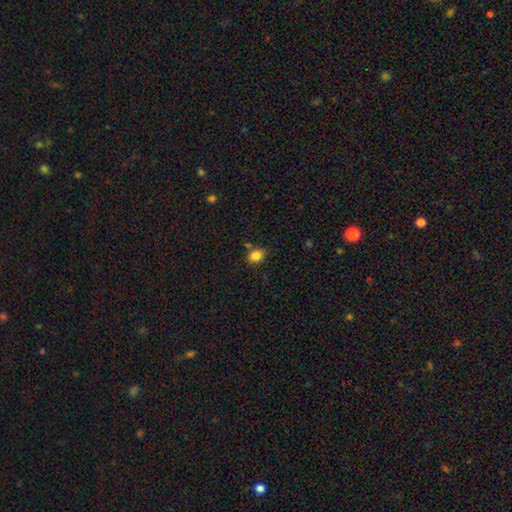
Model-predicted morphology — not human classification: This appears to be a smooth galaxy with no disk features (84%) that is in between round and cigar-shaped (63%). Merging: none (74%).